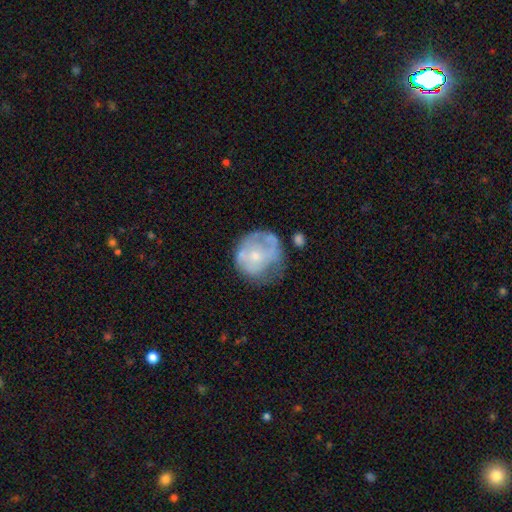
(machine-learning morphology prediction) Overall: featured or disk (50%; smooth 41%). Edge-on disk: no (97%). Merging: none (42%; minor disturbance 29%).